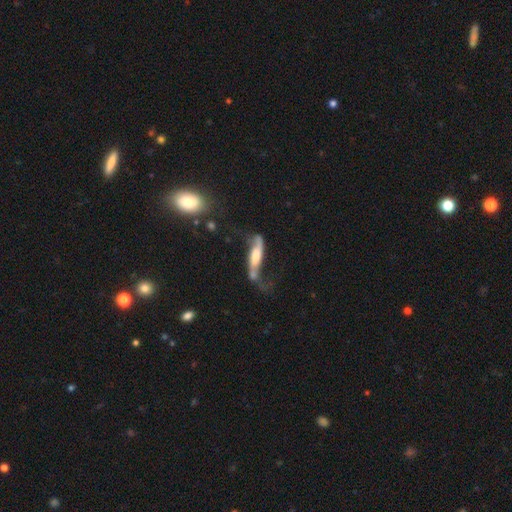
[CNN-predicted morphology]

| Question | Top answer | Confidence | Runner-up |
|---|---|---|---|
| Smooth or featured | featured or disk | 65% | smooth (28%) |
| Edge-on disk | no | 62% | yes (38%) |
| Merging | none | 37% | major disturbance (29%) |